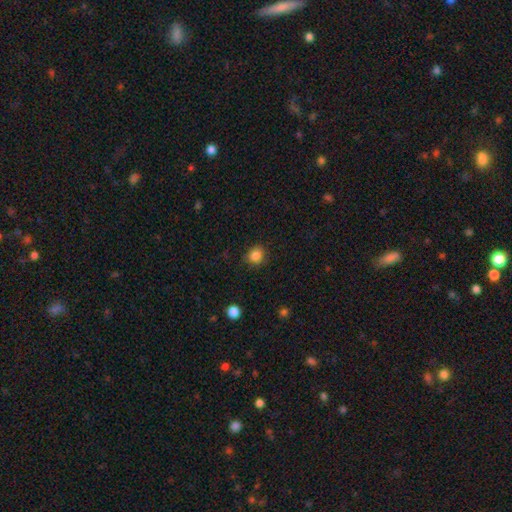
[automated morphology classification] Overall: smooth (84%). How rounded: round (79%). Merging: none (87%).